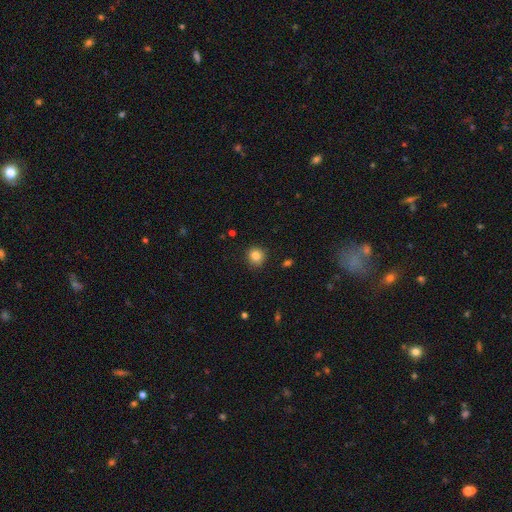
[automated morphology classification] Q: Smooth or featured?
A: smooth (83%); runner-up: star or artifact (11%)
Q: How rounded?
A: round (91%); runner-up: in between (8%)
Q: Merging?
A: none (90%); runner-up: minor disturbance (7%)